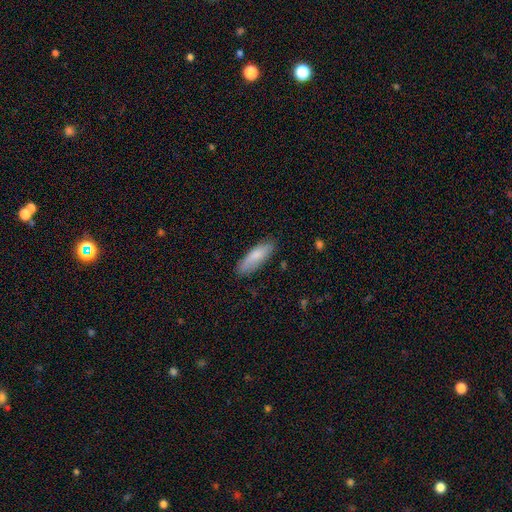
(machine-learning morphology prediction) This is clearly a smooth galaxy (81%). How rounded: possibly in between (51%). Merging: clearly none (82%).